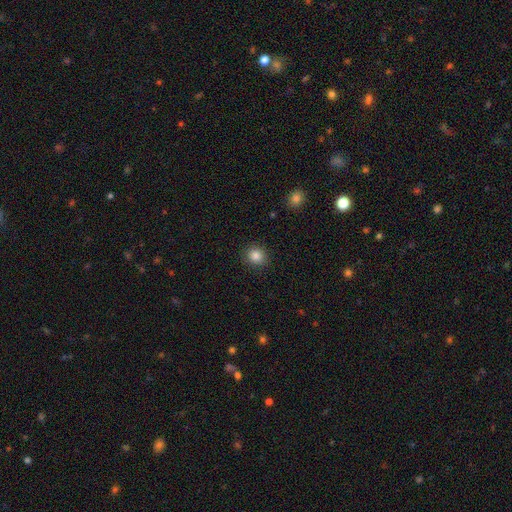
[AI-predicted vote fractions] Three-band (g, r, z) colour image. It shows a smooth galaxy with no disk features (85%) that is round (85%). Merging: none (90%).